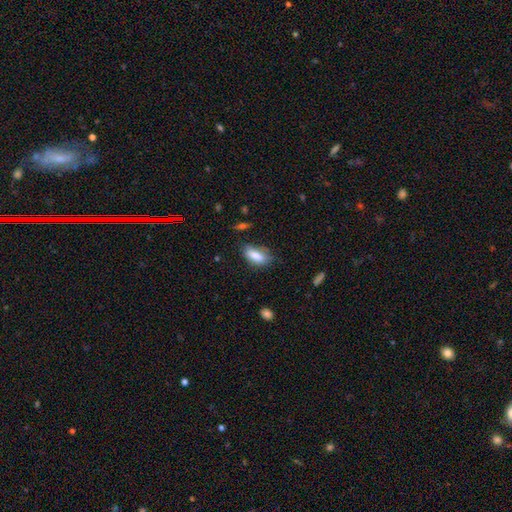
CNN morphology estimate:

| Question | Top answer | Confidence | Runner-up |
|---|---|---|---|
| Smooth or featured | smooth | 83% | featured or disk (10%) |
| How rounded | in between | 84% | cigar-shaped (13%) |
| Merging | none | 64% | minor disturbance (27%) |